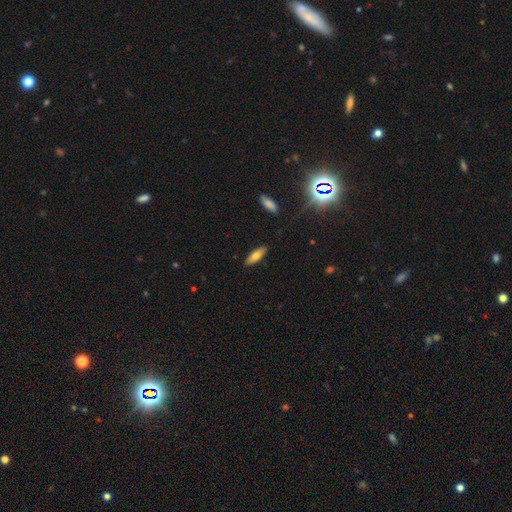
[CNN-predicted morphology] A smooth galaxy with no disk features (69%) that is in between round and cigar-shaped (51%).

Vote fractions:
- Smooth or featured? smooth: 69% / featured or disk: 23% / star or artifact: 7%
- How rounded? in between: 51% / cigar-shaped: 47% / round: 2%
- Merging? none: 88% / minor disturbance: 9% / major disturbance: 2% / merger: 1%